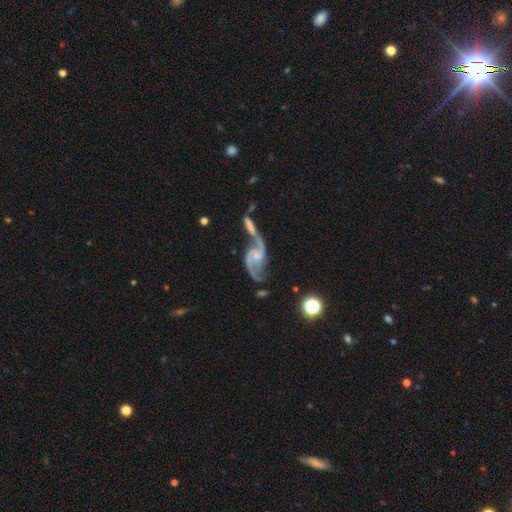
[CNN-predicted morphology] Smooth or featured: featured or disk — 91% (star or artifact — 5%)
Edge-on disk: no — 97% (yes — 3%)
Bar: weak — 45% (no — 42%)
Spiral arms: yes — 97% (no — 3%)
Spiral winding: loose — 58% (medium — 34%)
Spiral arm count: 2 — 93% (can't tell — 2%)
Bulge size: small — 51% (none — 24%)
Merging: merger — 36% (none — 35%)